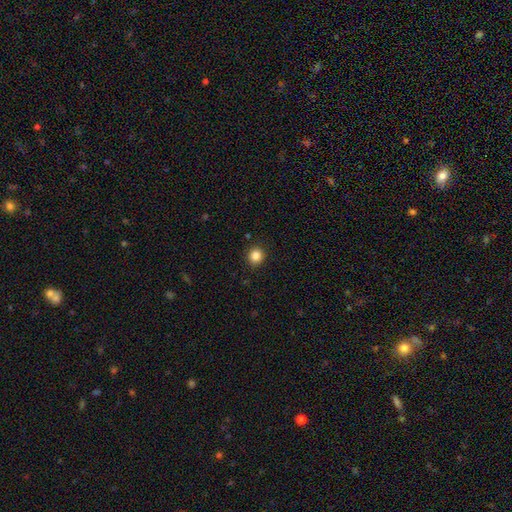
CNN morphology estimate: Smooth or featured? Predicted: smooth (p=0.85). How rounded? Predicted: round (p=0.88). Merging? Predicted: none (p=0.91).